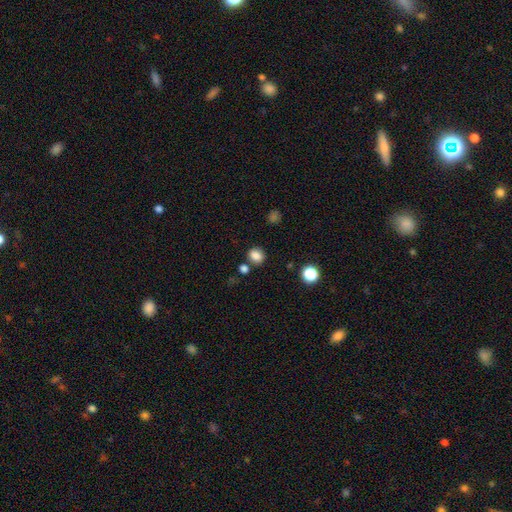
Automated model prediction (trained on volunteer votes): Morphology: type=smooth (83%); roundness=round (63%); merging=none (77%).